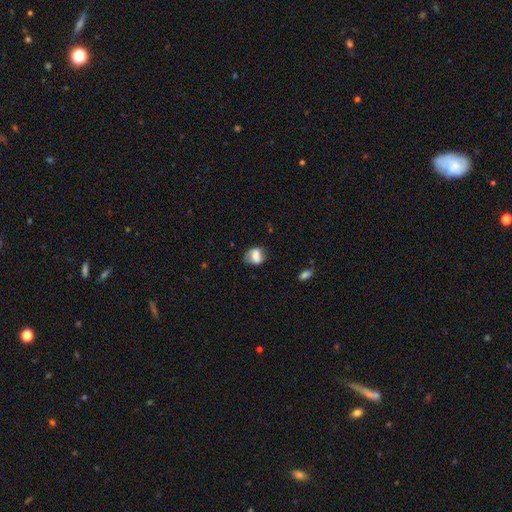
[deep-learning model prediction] smooth 64%, featured or disk 27%, star or artifact 9%. Down the decision tree: how rounded — in between (51%); merging — none (53%).